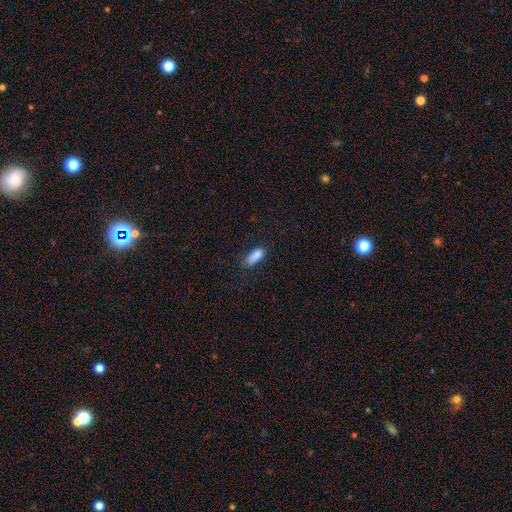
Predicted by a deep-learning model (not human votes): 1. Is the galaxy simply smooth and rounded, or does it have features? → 86% smooth, 9% star or artifact, 6% featured or disk.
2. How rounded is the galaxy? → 81% in between, 16% cigar-shaped, 3% round.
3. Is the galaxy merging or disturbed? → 63% none, 26% minor disturbance, 8% major disturbance, 2% merger.